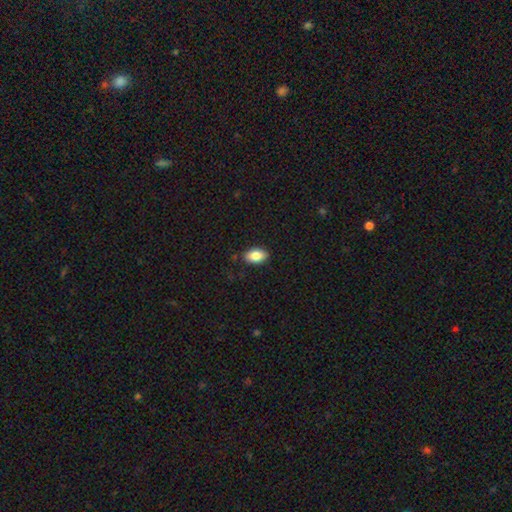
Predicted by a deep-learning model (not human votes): Smooth or featured? Predicted: smooth (p=0.84). How rounded? Predicted: in between (p=0.91). Merging? Predicted: none (p=0.87).